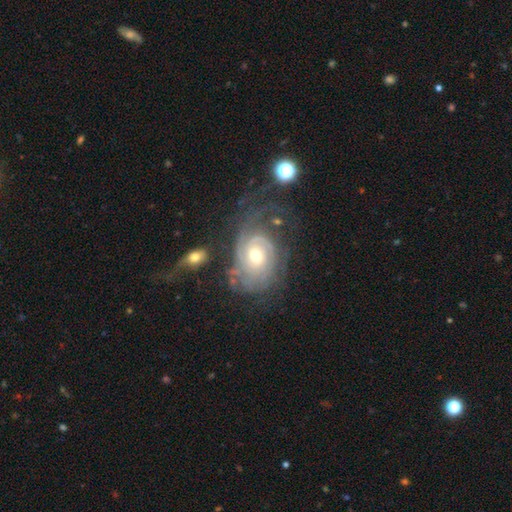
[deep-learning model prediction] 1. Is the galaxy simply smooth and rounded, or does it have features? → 84% featured or disk, 9% smooth, 7% star or artifact.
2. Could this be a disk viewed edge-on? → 96% no, 4% yes.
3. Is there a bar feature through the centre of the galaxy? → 66% no, 28% weak, 6% strong.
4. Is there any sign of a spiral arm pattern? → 94% yes, 6% no.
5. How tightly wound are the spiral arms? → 72% tight, 22% medium, 7% loose.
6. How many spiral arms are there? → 42% can't tell, 24% 2, 15% 3, 8% 4, 6% 1, 5% more than 4.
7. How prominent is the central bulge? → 61% moderate, 33% small, 4% large, 1% none, 1% dominant.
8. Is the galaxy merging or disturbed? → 51% none, 21% minor disturbance, 20% major disturbance, 7% merger.